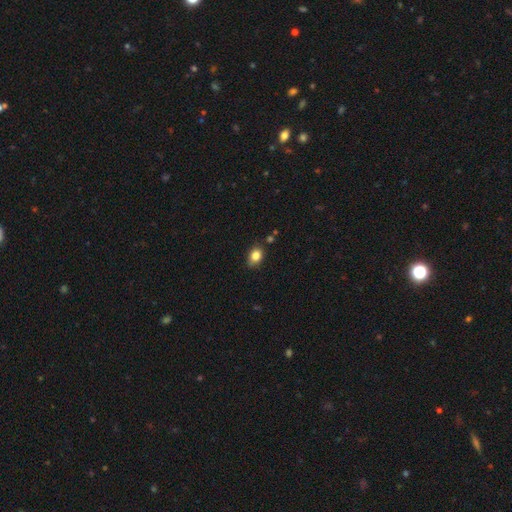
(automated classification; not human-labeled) Smooth or featured?
  - smooth: 83% *
  - star or artifact: 9%
  - featured or disk: 8%
How rounded?
  - in between: 70% *
  - round: 28%
  - cigar-shaped: 2%
Merging?
  - none: 77% *
  - minor disturbance: 17%
  - major disturbance: 3%
  - merger: 3%